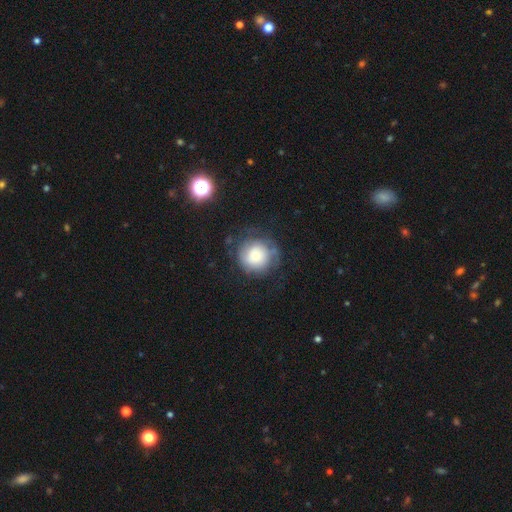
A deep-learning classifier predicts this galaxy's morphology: smooth_or_featured: smooth (p=0.60) [alt: featured or disk p=0.31]
how_rounded: round (p=0.91) [alt: in between p=0.08]
merging: none (p=0.62) [alt: minor disturbance p=0.22]